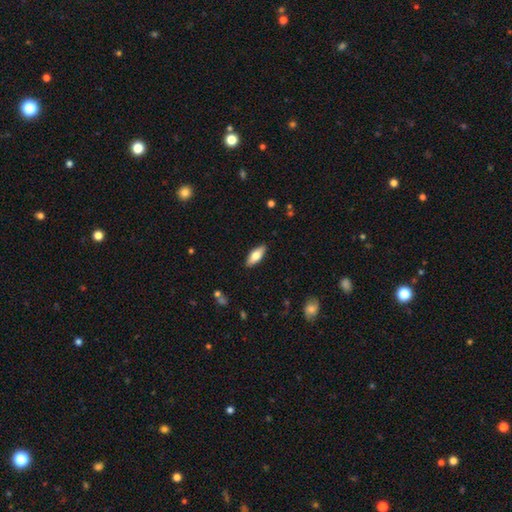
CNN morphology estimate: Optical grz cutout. It shows a smooth galaxy with no disk features (68%) that is in between round and cigar-shaped (73%). Merging: none (89%).